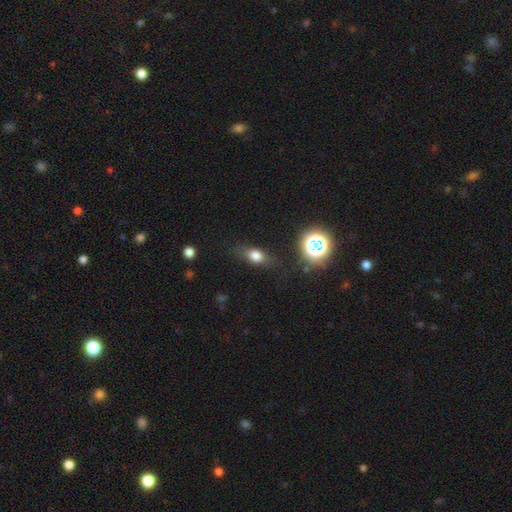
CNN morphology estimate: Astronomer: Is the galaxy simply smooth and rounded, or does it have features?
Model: smooth — 72%.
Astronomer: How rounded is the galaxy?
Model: in between — 68%.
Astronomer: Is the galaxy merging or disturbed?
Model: none — 73%.